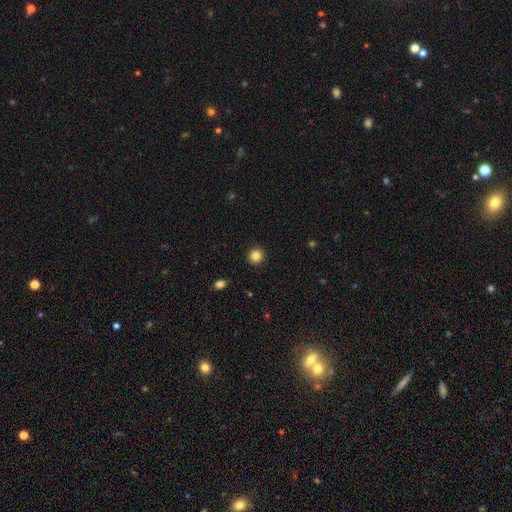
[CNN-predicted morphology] A smooth galaxy with no disk features (84%) that is round (93%). Merging: none (93%).